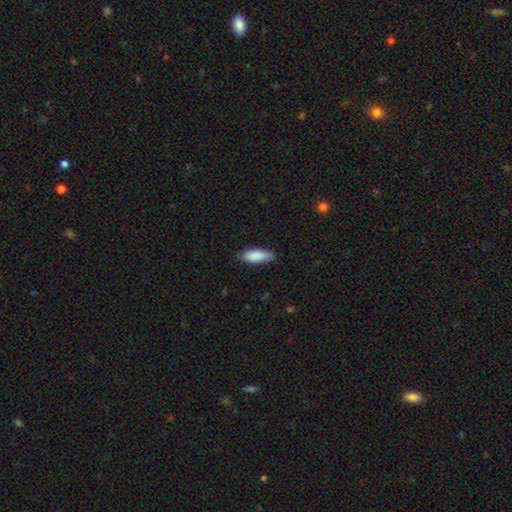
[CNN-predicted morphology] type=smooth (89%); roundness=in between (75%); merging=none (80%).